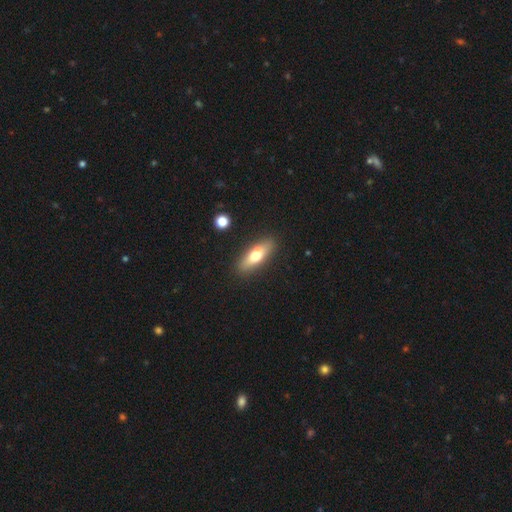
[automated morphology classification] smooth_or_featured: smooth (p=0.62) [alt: featured or disk p=0.32]
how_rounded: in between (p=0.56) [alt: cigar-shaped p=0.41]
merging: none (p=0.80) [alt: minor disturbance p=0.12]